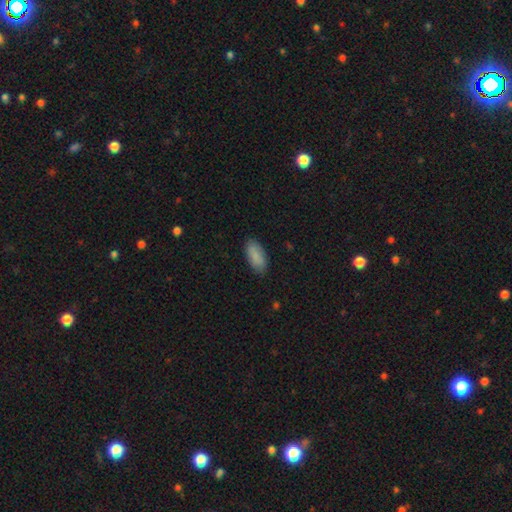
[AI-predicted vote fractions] Smooth or featured? Predicted: smooth (p=0.88). How rounded? Predicted: in between (p=0.89). Merging? Predicted: none (p=0.85).